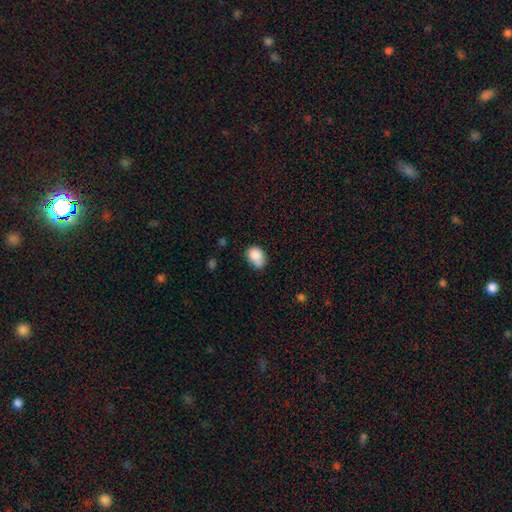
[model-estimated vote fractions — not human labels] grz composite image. It shows a smooth galaxy with no disk features (85%) that is in between round and cigar-shaped (67%). Merging: none (51%).